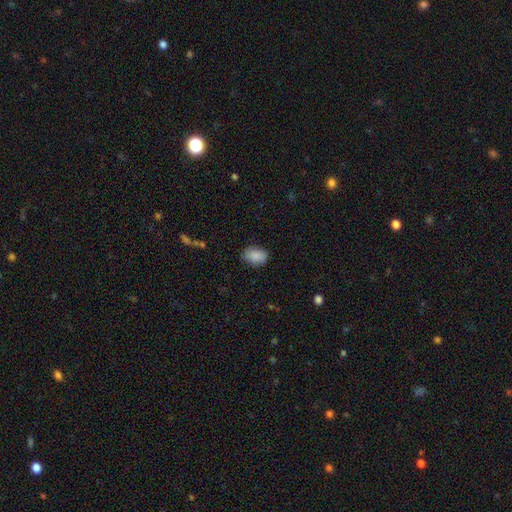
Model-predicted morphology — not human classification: Smooth or featured?
  - smooth: 86% *
  - featured or disk: 7%
  - star or artifact: 7%
How rounded?
  - in between: 73% *
  - round: 26%
  - cigar-shaped: 1%
Merging?
  - none: 79% *
  - minor disturbance: 16%
  - major disturbance: 4%
  - merger: 1%